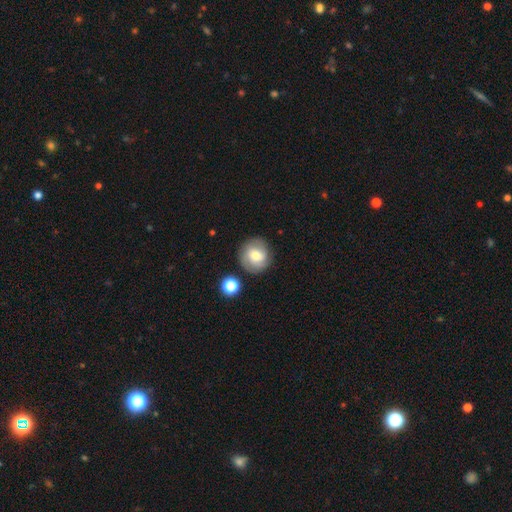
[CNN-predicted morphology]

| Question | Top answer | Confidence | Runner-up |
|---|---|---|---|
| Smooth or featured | smooth | 49% | featured or disk (42%) |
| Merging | none | 82% | minor disturbance (11%) |